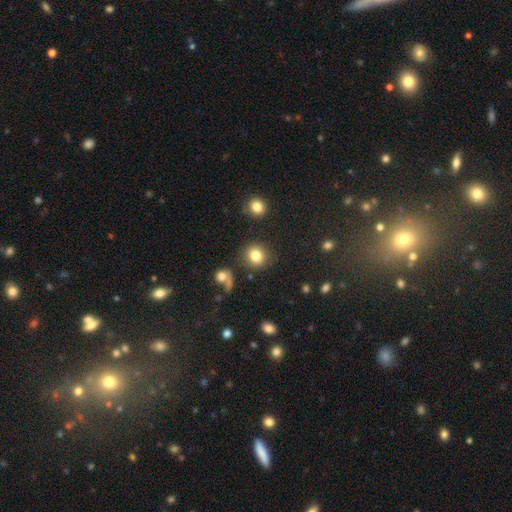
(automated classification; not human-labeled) smooth 82%, star or artifact 11%, featured or disk 7%. Down the decision tree: how rounded — round (87%); merging — none (83%).